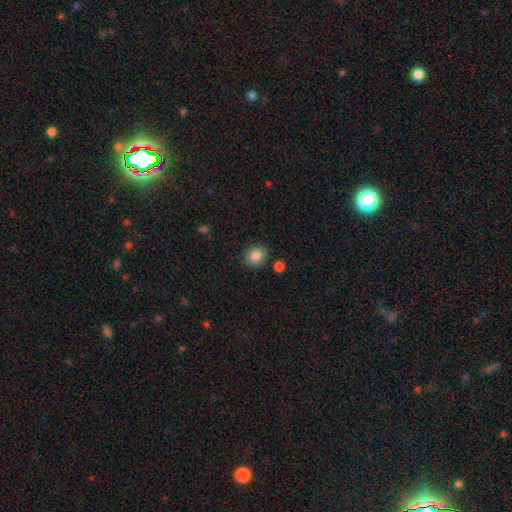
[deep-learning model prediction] A smooth galaxy with no disk features (85%) that is round (73%).

Vote fractions:
- Smooth or featured? smooth: 85% / star or artifact: 9% / featured or disk: 6%
- How rounded? round: 73% / in between: 26% / cigar-shaped: 1%
- Merging? none: 84% / minor disturbance: 10% / merger: 4% / major disturbance: 2%